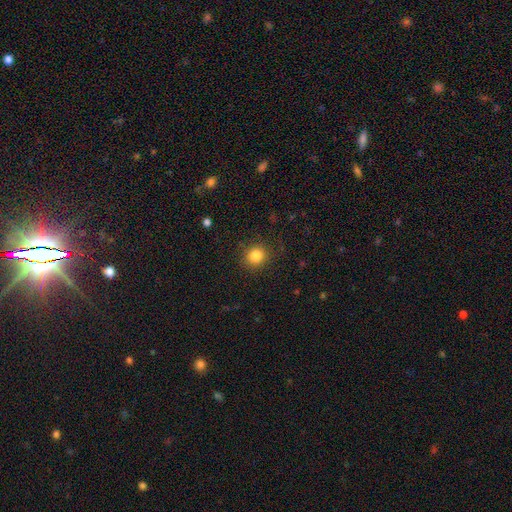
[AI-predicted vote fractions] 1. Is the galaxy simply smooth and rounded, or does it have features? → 84% smooth, 11% star or artifact, 5% featured or disk.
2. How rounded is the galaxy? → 87% round, 12% in between, 1% cigar-shaped.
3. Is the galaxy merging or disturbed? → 87% none, 9% minor disturbance, 3% major disturbance, 1% merger.